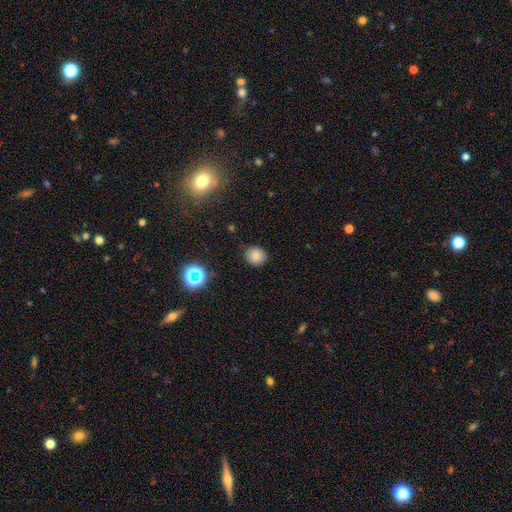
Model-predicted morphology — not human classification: This appears to be a smooth galaxy with no disk features (81%) that is round (79%). Merging: none (87%).